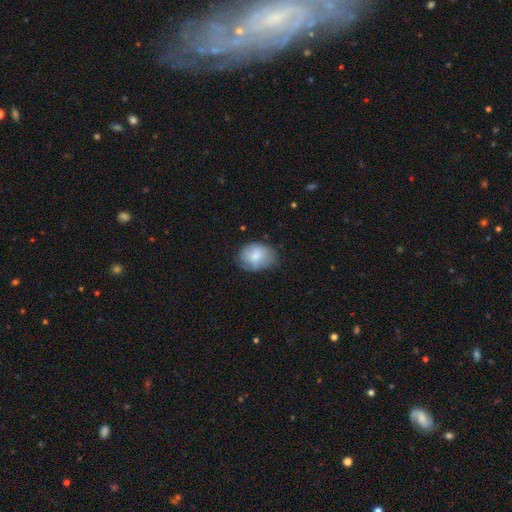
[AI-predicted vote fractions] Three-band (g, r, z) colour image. It shows a smooth galaxy with no disk features (76%) that is in between round and cigar-shaped (73%). Merging: none (58%).